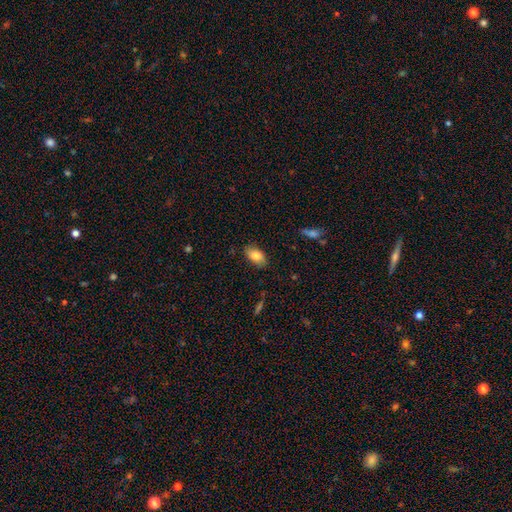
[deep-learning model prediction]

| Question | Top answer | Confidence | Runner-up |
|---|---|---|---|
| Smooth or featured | smooth | 82% | featured or disk (10%) |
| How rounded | in between | 92% | round (5%) |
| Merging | none | 83% | minor disturbance (13%) |